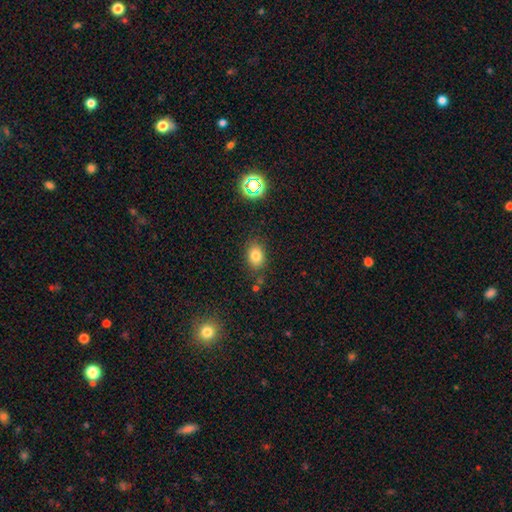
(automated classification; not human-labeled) Q: Smooth or featured?
A: smooth (79%); runner-up: star or artifact (13%)
Q: How rounded?
A: in between (70%); runner-up: round (29%)
Q: Merging?
A: none (80%); runner-up: minor disturbance (13%)